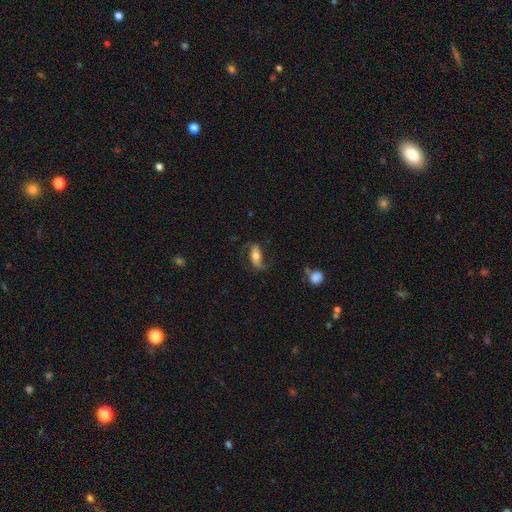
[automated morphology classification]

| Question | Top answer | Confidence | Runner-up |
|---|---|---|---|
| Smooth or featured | featured or disk | 57% | smooth (35%) |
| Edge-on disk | no | 85% | yes (15%) |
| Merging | none | 60% | minor disturbance (21%) |